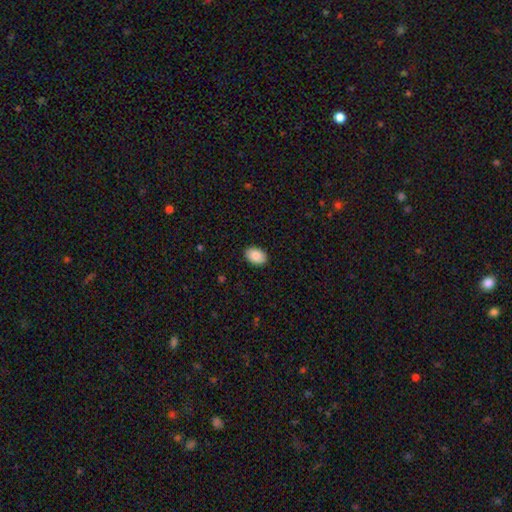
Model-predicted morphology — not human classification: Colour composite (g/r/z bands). It shows a smooth galaxy with no disk features (87%) that is in between round and cigar-shaped (86%). Merging: none (90%).